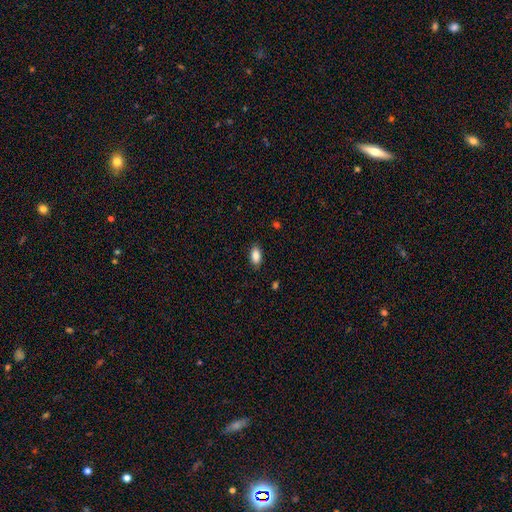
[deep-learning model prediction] Smooth or featured?
  - smooth: 87% *
  - star or artifact: 7%
  - featured or disk: 5%
How rounded?
  - in between: 91% *
  - round: 5%
  - cigar-shaped: 4%
Merging?
  - none: 86% *
  - minor disturbance: 11%
  - major disturbance: 2%
  - merger: 1%